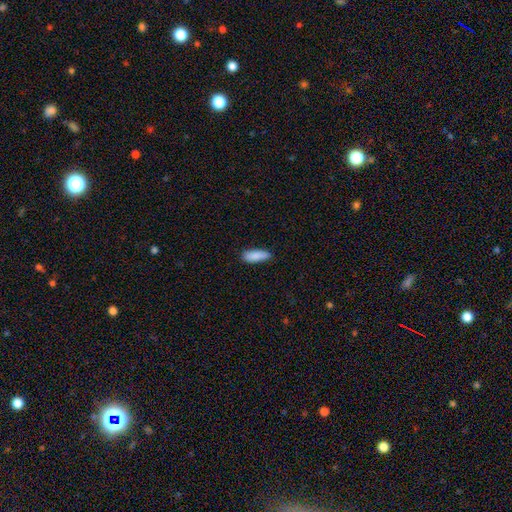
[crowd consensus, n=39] Q: Smooth or featured?
A: smooth (97%); runner-up: star or artifact (3%)
Q: How rounded?
A: in between (63%); runner-up: cigar-shaped (34%)
Q: Merging?
A: none (82%); runner-up: minor disturbance (13%)